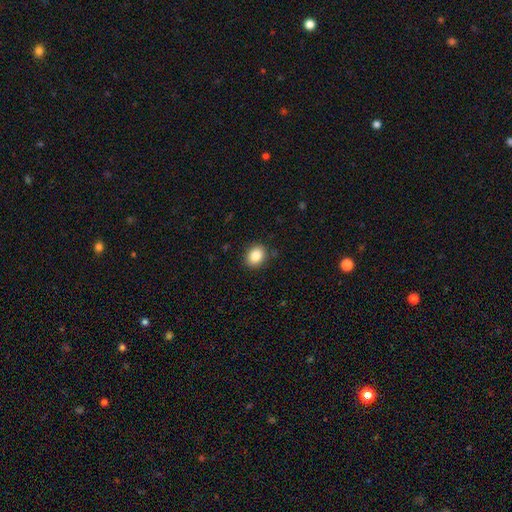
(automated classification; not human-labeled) smooth 86%, star or artifact 9%, featured or disk 6%. Down the decision tree: how rounded — in between (50%); merging — none (88%).